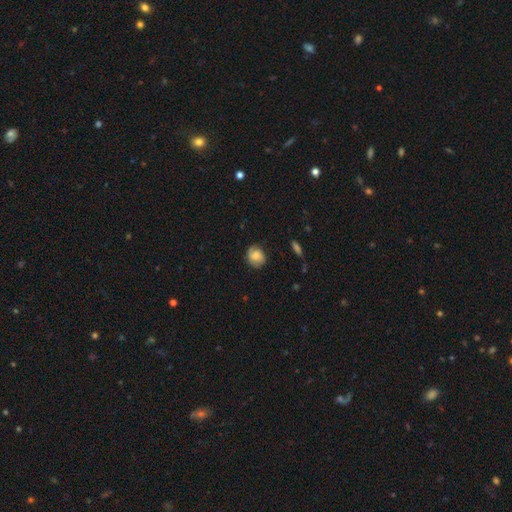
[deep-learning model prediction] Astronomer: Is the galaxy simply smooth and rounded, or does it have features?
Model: smooth — 61%.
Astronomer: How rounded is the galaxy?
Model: round — 71%.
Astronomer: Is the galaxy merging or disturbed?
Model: none — 74%.